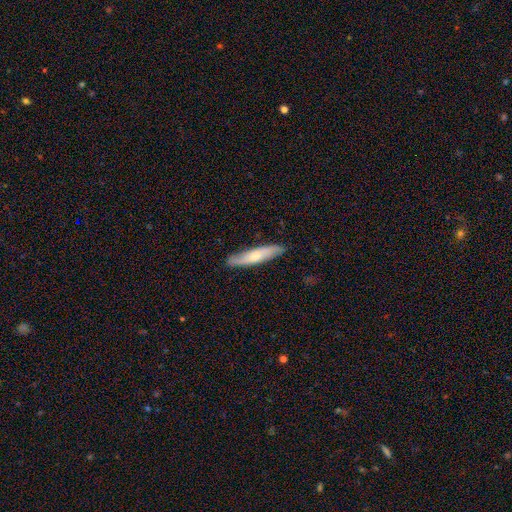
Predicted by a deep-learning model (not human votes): This appears to be a smooth galaxy with no disk features (58%) that is cigar-shaped (87%). Merging: none (87%).